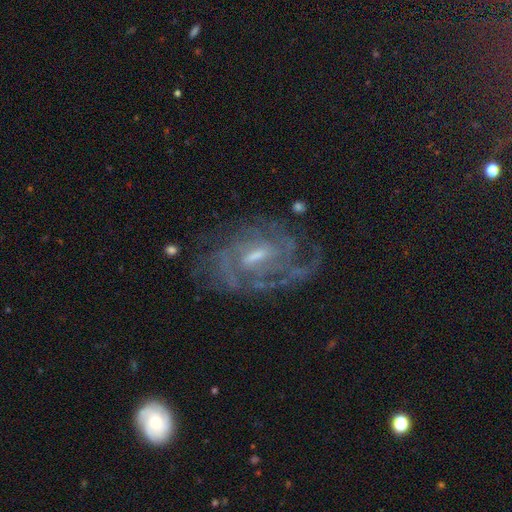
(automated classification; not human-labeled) Smooth or featured?
  - featured or disk: 87% *
  - star or artifact: 7%
  - smooth: 6%
Edge-on disk?
  - no: 96% *
  - yes: 4%
Bar?
  - weak: 58% *
  - strong: 21%
  - no: 21%
Spiral arms?
  - yes: 94% *
  - no: 6%
Spiral winding?
  - tight: 52% *
  - medium: 38%
  - loose: 10%
Spiral arm count?
  - can't tell: 34% *
  - 3: 21%
  - 2: 18%
  - 4: 15%
  - more than 4: 6%
  - 1: 6%
Bulge size?
  - small: 44% *
  - moderate: 43%
  - none: 9%
  - large: 3%
  - dominant: 1%
Merging?
  - none: 64% *
  - minor disturbance: 19%
  - major disturbance: 15%
  - merger: 2%